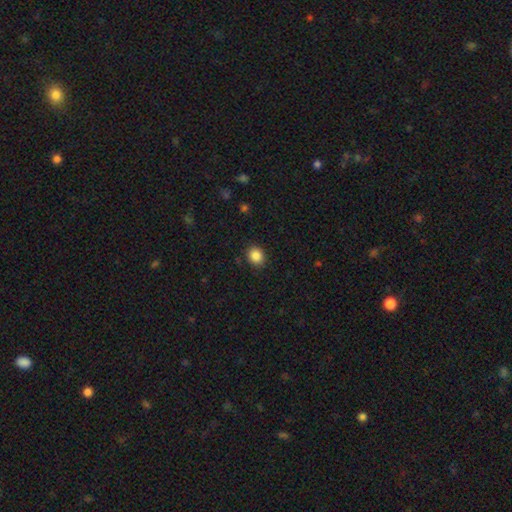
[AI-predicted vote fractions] Morphology: type=smooth (87%); roundness=round (70%); merging=none (89%).